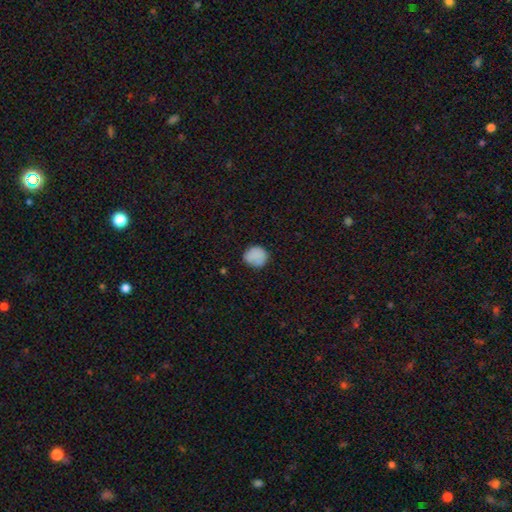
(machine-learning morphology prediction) A smooth galaxy with no disk features (85%) that is round (87%). Merging: none (81%).